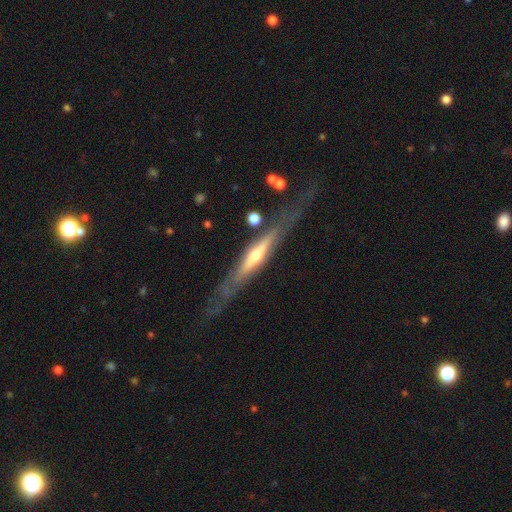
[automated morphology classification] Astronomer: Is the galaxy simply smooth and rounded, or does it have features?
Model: featured or disk — 77%.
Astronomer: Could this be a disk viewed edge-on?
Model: yes — 91%.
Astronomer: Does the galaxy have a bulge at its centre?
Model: rounded — 82%.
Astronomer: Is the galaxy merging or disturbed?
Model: none — 71%.